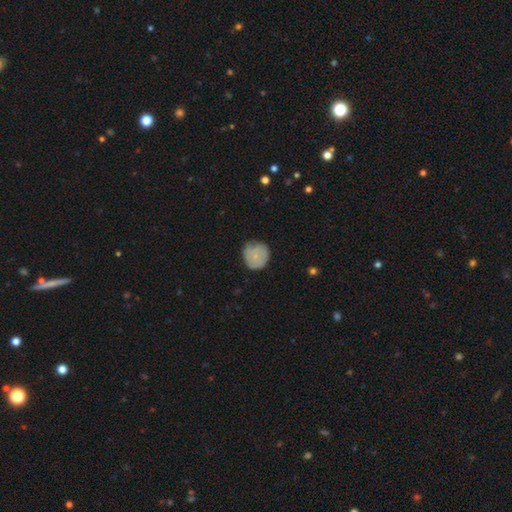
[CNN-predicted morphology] Q: Smooth or featured?
A: smooth (71%); runner-up: featured or disk (21%)
Q: How rounded?
A: round (89%); runner-up: in between (10%)
Q: Merging?
A: none (63%); runner-up: minor disturbance (29%)